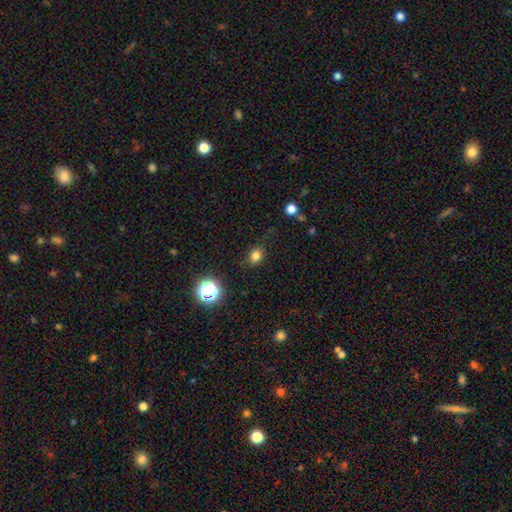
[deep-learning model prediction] Overall: smooth (79%). How rounded: round (62%; in between 37%). Merging: none (82%).